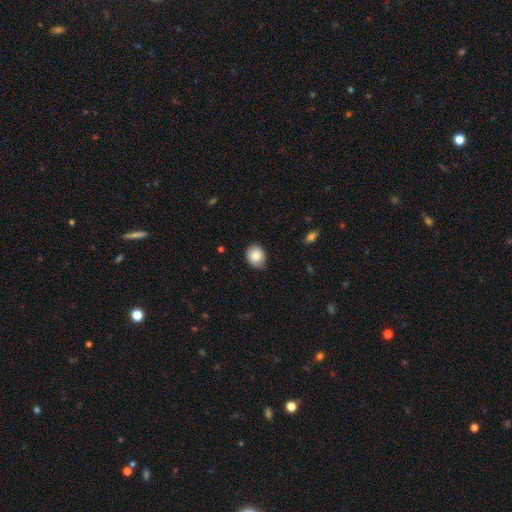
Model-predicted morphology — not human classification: Smooth or featured? smooth (83%)
How rounded? round (53%)
Merging? none (74%)